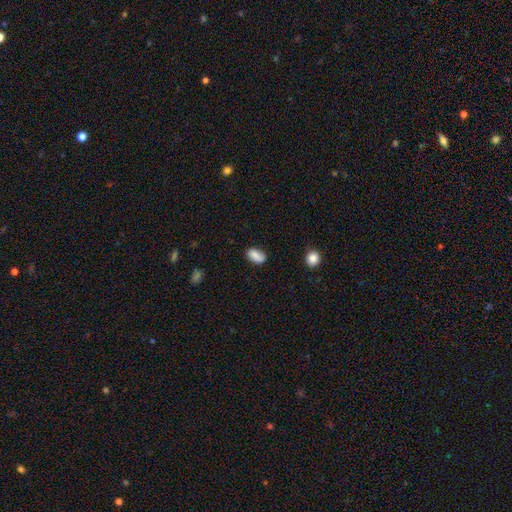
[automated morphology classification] Overall: smooth (83%). How rounded: in between (89%). Merging: none (76%).